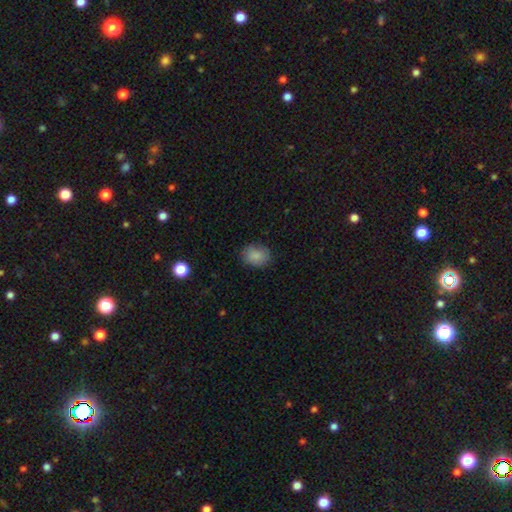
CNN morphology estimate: Overall: smooth (85%). How rounded: in between (53%; round 46%). Merging: none (79%).